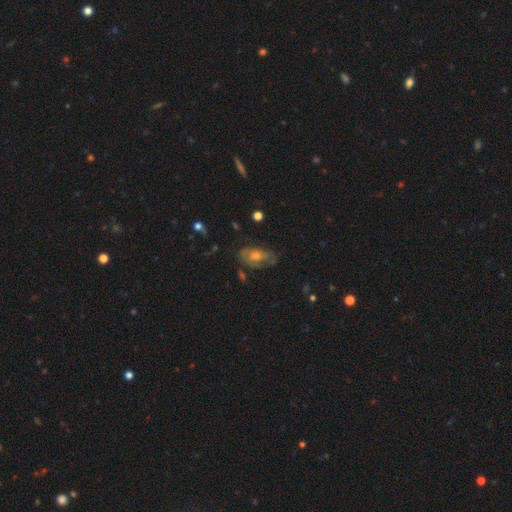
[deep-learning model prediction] Morphology: type=featured or disk (49%); merging=none (64%).